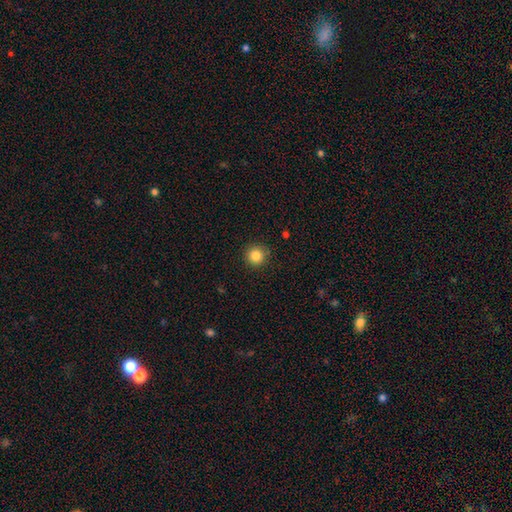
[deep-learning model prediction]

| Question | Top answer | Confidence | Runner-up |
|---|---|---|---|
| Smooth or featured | smooth | 85% | star or artifact (11%) |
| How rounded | round | 94% | in between (5%) |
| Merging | none | 90% | minor disturbance (7%) |